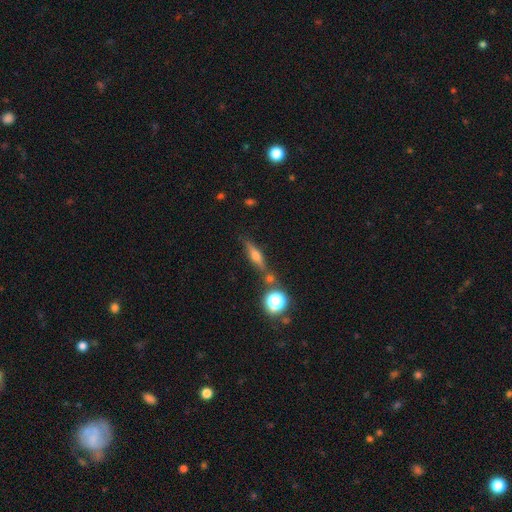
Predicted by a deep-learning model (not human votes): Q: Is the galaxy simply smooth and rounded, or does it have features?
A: featured or disk — 55%.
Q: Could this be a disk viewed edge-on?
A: yes — 93%.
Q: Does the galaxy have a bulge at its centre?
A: rounded — 90%.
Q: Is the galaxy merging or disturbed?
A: none — 75%.